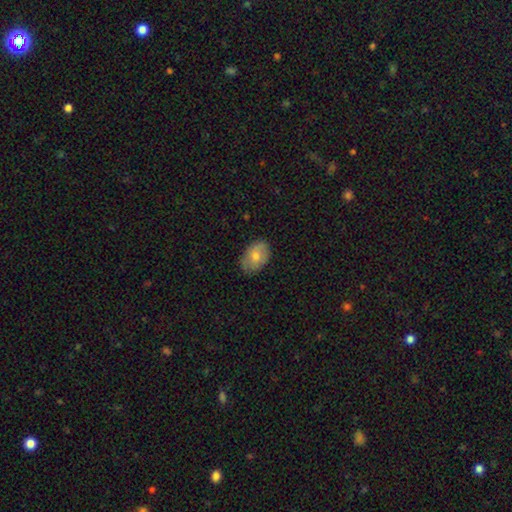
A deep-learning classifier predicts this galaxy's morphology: This is likely a smooth galaxy (70%). How rounded: clearly in between (86%). Merging: clearly none (81%).